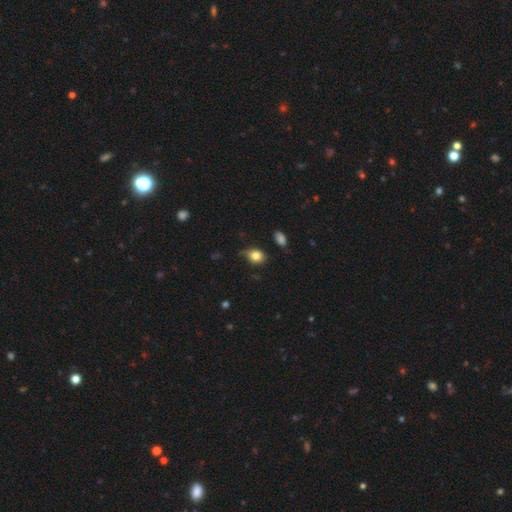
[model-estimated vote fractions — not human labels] A smooth galaxy with no disk features (81%) that is in between round and cigar-shaped (54%). Merging: none (52%).